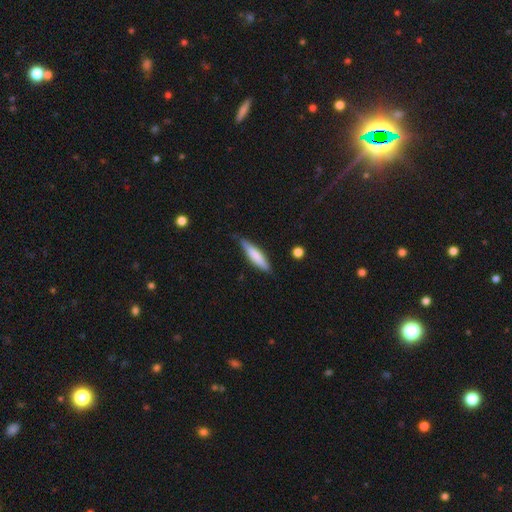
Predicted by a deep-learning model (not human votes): Smooth or featured?
  - smooth: 73% *
  - featured or disk: 21%
  - star or artifact: 5%
How rounded?
  - cigar-shaped: 78% *
  - in between: 21%
  - round: 1%
Merging?
  - none: 78% *
  - minor disturbance: 18%
  - major disturbance: 3%
  - merger: 2%